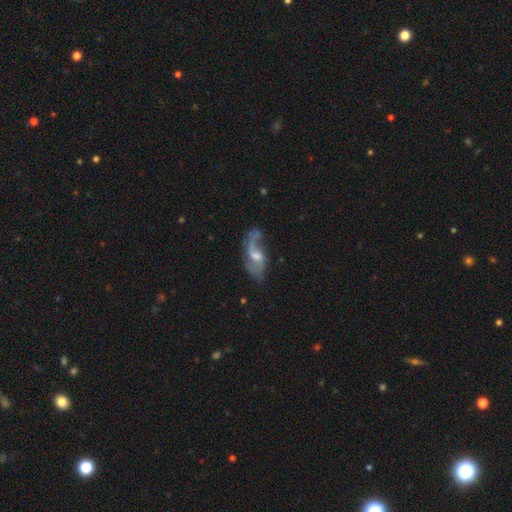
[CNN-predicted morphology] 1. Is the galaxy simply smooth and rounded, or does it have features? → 78% featured or disk, 15% smooth, 7% star or artifact.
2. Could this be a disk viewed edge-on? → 93% no, 7% yes.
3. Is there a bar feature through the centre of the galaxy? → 49% weak, 41% no, 10% strong.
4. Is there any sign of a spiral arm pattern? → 90% yes, 10% no.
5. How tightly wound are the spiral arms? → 67% loose, 26% medium, 7% tight.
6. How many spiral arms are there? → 76% 2, 13% 1, 7% can't tell, 2% 3, 1% 4, 1% more than 4.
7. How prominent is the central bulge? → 50% moderate, 33% small, 9% none, 7% large, 1% dominant.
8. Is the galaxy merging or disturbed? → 54% none, 22% minor disturbance, 19% major disturbance, 5% merger.